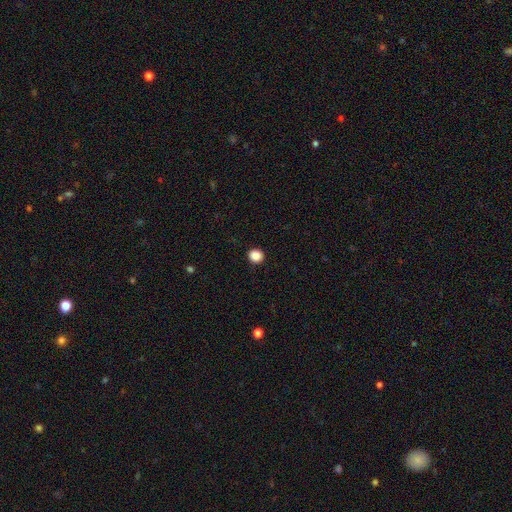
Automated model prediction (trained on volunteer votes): Smooth or featured: smooth — 88% (star or artifact — 10%)
How rounded: round — 90% (in between — 9%)
Merging: none — 93% (minor disturbance — 5%)